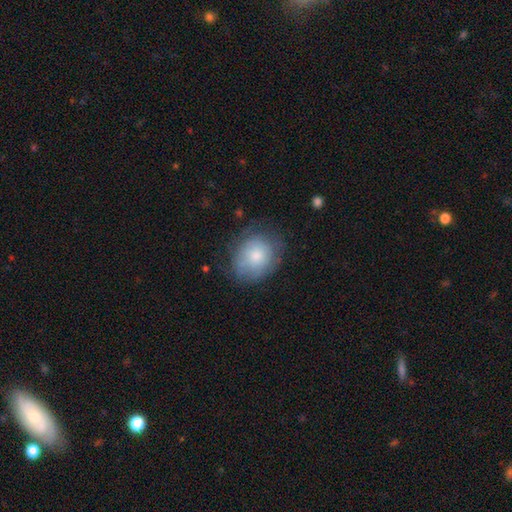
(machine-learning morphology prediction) A smooth galaxy with no disk features (72%) that is round (61%). Merging: none (65%).